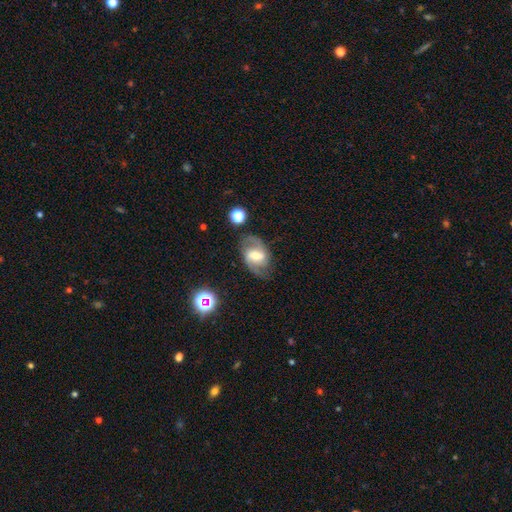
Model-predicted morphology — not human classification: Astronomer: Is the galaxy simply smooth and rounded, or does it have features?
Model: featured or disk — 75%.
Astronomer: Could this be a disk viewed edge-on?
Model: no — 96%.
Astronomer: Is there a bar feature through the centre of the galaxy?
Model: weak — 51% (runner-up: strong, 32%).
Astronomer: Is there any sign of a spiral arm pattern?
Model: yes — 92%.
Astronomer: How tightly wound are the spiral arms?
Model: medium — 53%.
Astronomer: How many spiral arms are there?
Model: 2 — 89%.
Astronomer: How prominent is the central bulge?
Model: moderate — 51%.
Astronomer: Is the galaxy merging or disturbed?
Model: none — 76%.